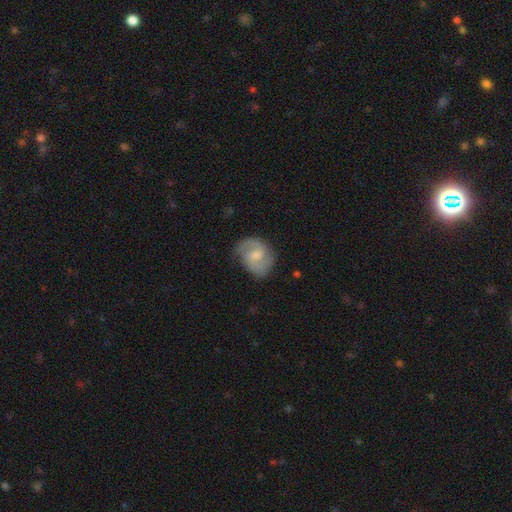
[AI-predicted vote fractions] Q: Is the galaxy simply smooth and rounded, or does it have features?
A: featured or disk — 76%.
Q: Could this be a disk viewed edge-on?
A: no — 98%.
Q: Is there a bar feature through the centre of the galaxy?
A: weak — 55%.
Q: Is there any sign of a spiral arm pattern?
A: yes — 95%.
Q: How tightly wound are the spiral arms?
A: medium — 55%.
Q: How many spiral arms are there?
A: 2 — 88%.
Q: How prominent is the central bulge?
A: moderate — 44%.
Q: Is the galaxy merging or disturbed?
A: none — 75%.